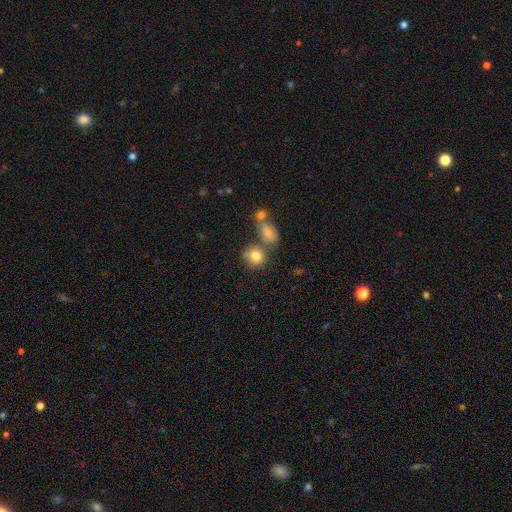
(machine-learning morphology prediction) This is likely a smooth galaxy (79%). How rounded: likely round (80%). Merging: possibly none (56%).